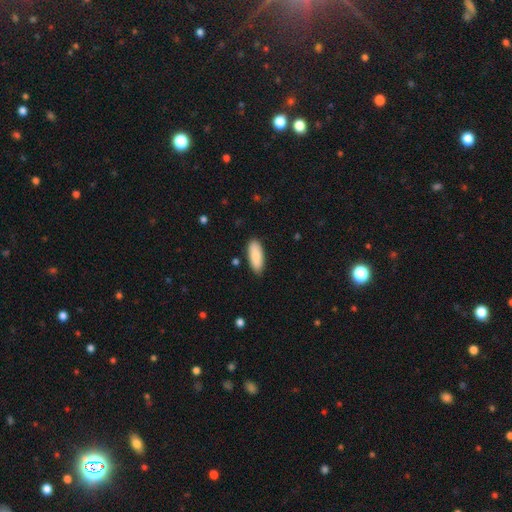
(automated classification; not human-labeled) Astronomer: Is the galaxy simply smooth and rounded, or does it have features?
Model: smooth — 84%.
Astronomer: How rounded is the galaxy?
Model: in between — 78%.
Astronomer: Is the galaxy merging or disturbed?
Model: none — 85%.